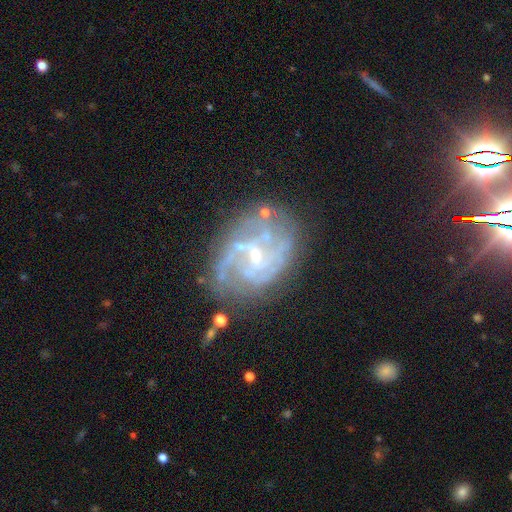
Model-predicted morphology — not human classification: Smooth or featured?
  - featured or disk: 84% *
  - smooth: 9%
  - star or artifact: 8%
Edge-on disk?
  - no: 97% *
  - yes: 3%
Bar?
  - weak: 48% *
  - no: 39%
  - strong: 13%
Spiral arms?
  - yes: 86% *
  - no: 14%
Spiral winding?
  - medium: 42% *
  - tight: 38%
  - loose: 20%
Spiral arm count?
  - can't tell: 33% *
  - 2: 30%
  - 3: 18%
  - 4: 8%
  - 1: 6%
  - more than 4: 5%
Bulge size?
  - small: 71% *
  - moderate: 22%
  - none: 5%
  - large: 1%
  - dominant: 1%
Merging?
  - none: 61% *
  - minor disturbance: 20%
  - major disturbance: 15%
  - merger: 4%